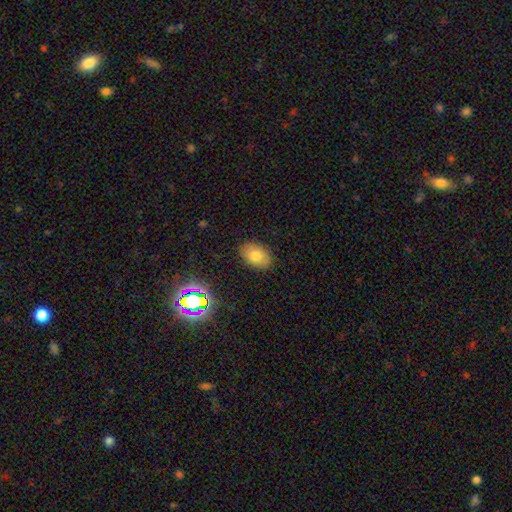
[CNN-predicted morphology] Smooth or featured?
  - smooth: 76% *
  - star or artifact: 12%
  - featured or disk: 12%
How rounded?
  - in between: 83% *
  - round: 16%
  - cigar-shaped: 1%
Merging?
  - none: 86% *
  - minor disturbance: 10%
  - major disturbance: 3%
  - merger: 1%